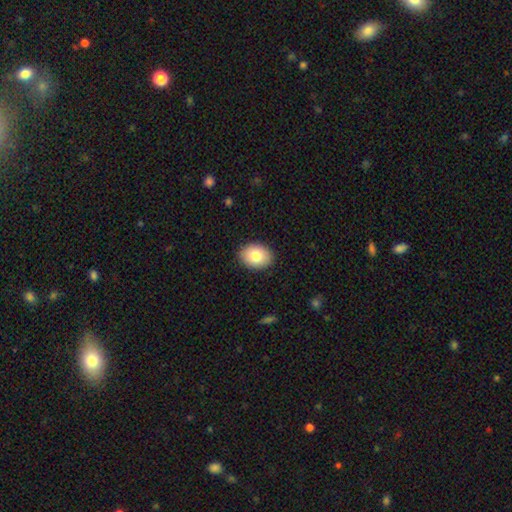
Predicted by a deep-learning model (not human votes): Morphology: type=smooth (81%); roundness=in between (71%); merging=none (89%).